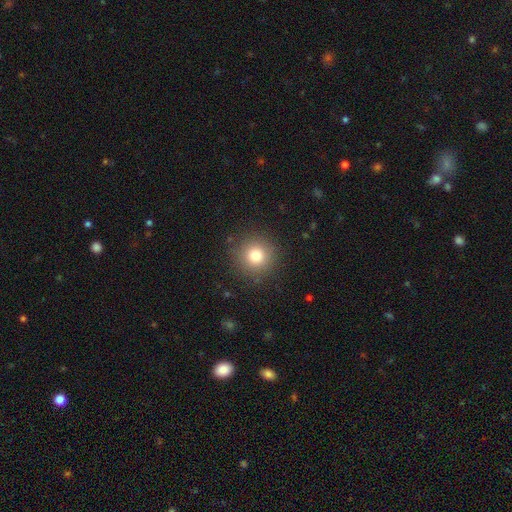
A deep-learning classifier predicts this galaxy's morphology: smooth-or-featured: smooth: 79% | star or artifact: 12% | featured or disk: 9%
  how-rounded: round: 95% | in between: 4% | cigar-shaped: 1%
  merging: none: 89% | minor disturbance: 7% | major disturbance: 3% | merger: 1%